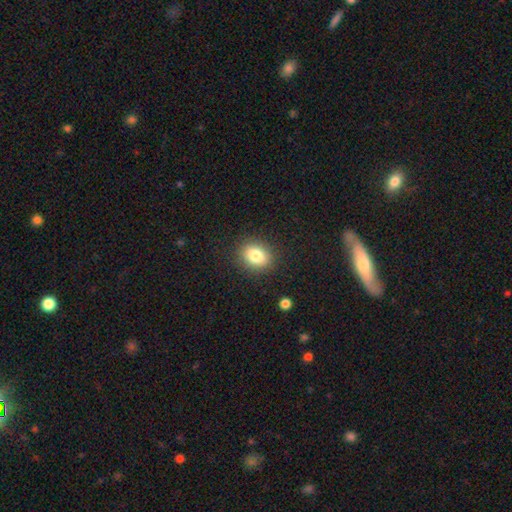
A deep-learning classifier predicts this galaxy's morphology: A smooth galaxy with no disk features (81%) that is in between round and cigar-shaped (53%). Merging: none (87%).